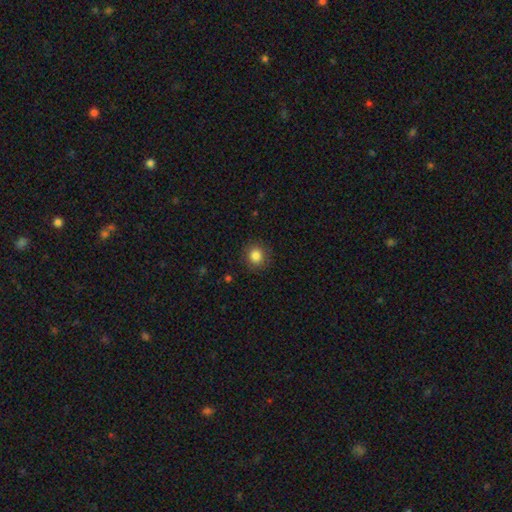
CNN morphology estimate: This is clearly a smooth galaxy (85%). How rounded: clearly round (88%). Merging: clearly none (88%).